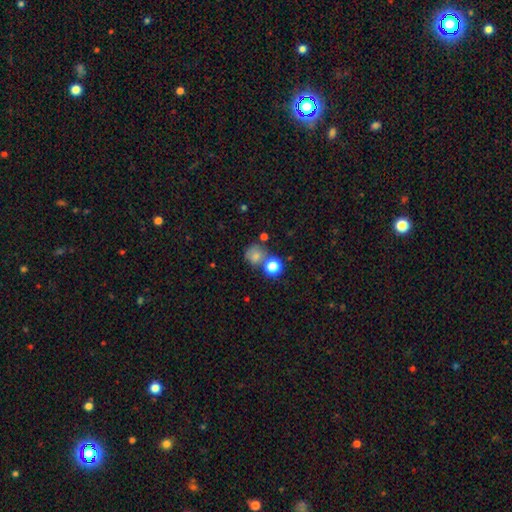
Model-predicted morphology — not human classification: Q: Smooth or featured?
A: smooth (73%); runner-up: star or artifact (16%)
Q: How rounded?
A: round (83%); runner-up: in between (16%)
Q: Merging?
A: none (54%); runner-up: merger (25%)